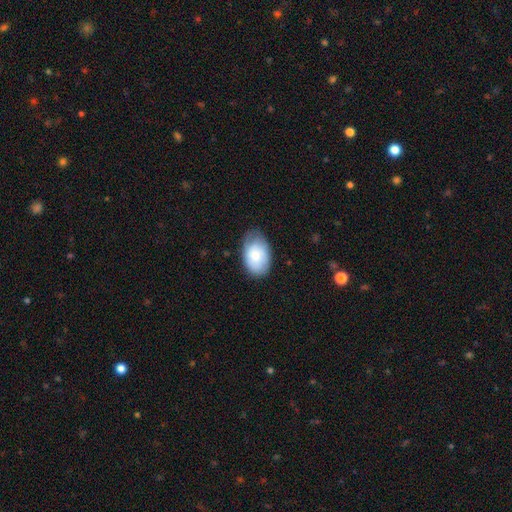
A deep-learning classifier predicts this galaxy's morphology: smooth-or-featured: smooth: 75% | featured or disk: 19% | star or artifact: 6%
  how-rounded: in between: 90% | round: 9% | cigar-shaped: 1%
  merging: none: 65% | minor disturbance: 28% | major disturbance: 6% | merger: 1%